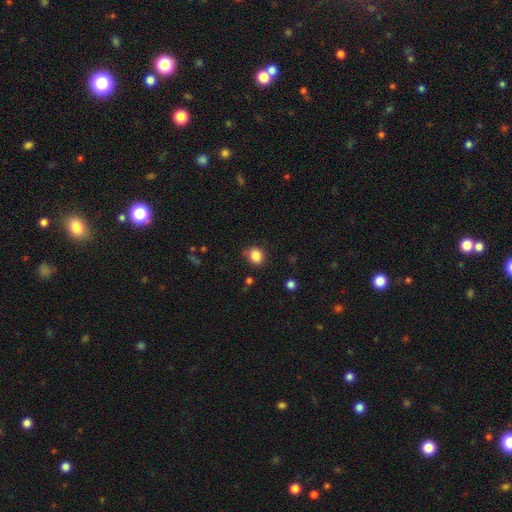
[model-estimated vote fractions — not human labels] smooth 85%, star or artifact 10%, featured or disk 4%. Down the decision tree: how rounded — round (74%); merging — none (79%).